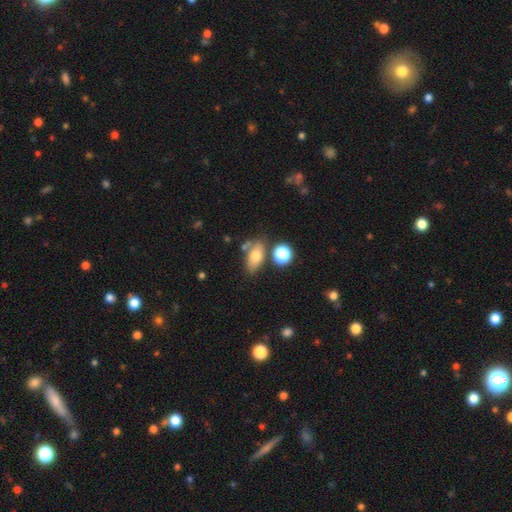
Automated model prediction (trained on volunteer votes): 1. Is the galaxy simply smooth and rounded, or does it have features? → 71% smooth, 18% featured or disk, 11% star or artifact.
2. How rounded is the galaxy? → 83% in between, 11% round, 6% cigar-shaped.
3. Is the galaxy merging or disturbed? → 63% none, 17% minor disturbance, 15% merger, 6% major disturbance.